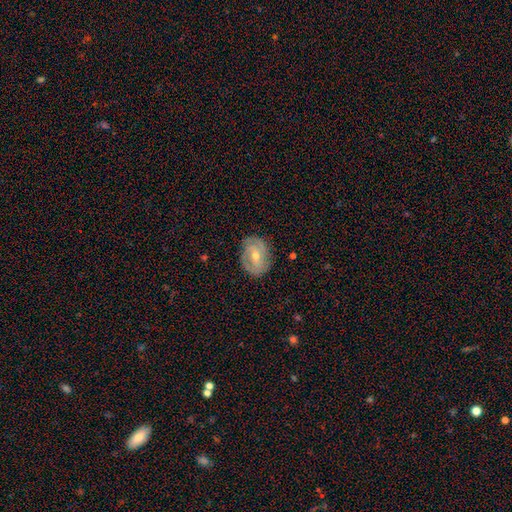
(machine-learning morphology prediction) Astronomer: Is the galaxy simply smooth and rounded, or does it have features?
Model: featured or disk — 68%.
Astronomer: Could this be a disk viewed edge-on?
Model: no — 96%.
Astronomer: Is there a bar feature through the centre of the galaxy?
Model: weak — 41% (runner-up: no, 39%).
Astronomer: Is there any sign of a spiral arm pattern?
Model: yes — 78%.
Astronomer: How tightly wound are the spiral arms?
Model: tight — 56% (runner-up: medium, 32%).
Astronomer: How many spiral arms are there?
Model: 2 — 51% (runner-up: can't tell, 29%).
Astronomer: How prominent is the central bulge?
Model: moderate — 58% (runner-up: small, 39%).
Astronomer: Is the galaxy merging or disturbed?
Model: none — 77%.